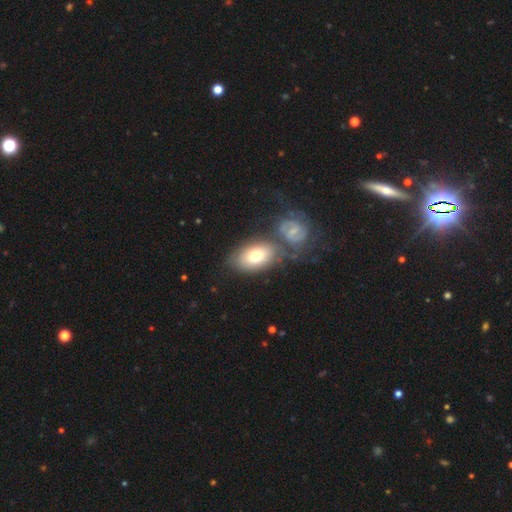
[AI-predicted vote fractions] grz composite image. It shows a smooth galaxy with no disk features (67%) that is in between round and cigar-shaped (89%). Merging: none (53%).